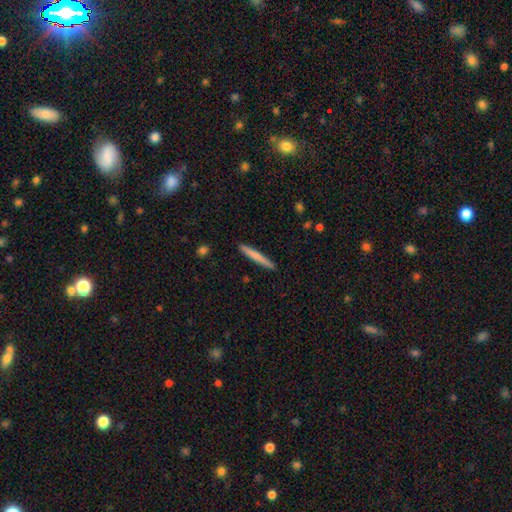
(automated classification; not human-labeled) smooth 70%, featured or disk 25%, star or artifact 5%. Down the decision tree: how rounded — cigar-shaped (96%); merging — none (91%).